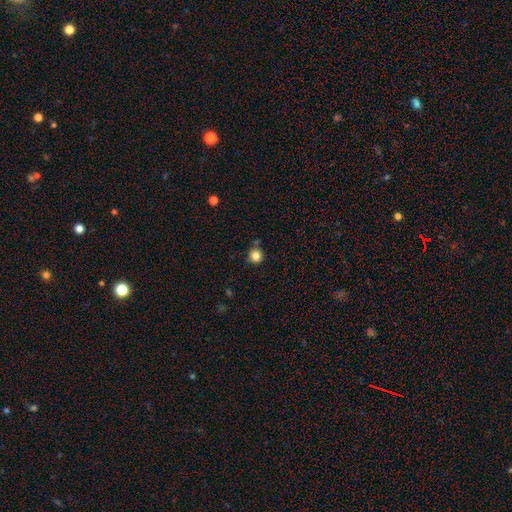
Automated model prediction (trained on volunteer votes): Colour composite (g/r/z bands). It shows a smooth galaxy with no disk features (82%) that is round (93%). Merging: none (77%).